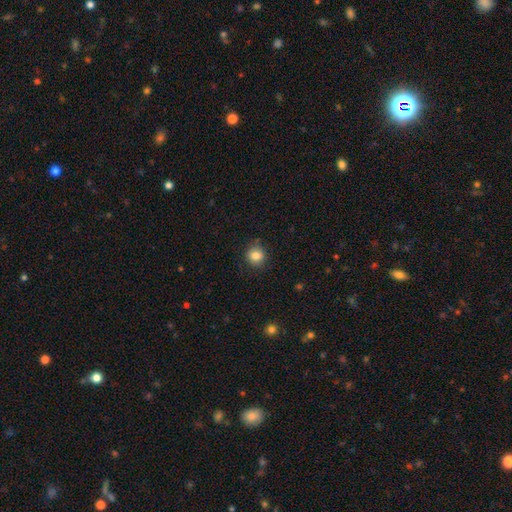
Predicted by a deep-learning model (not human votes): Smooth or featured? Predicted: smooth (p=0.83). How rounded? Predicted: round (p=0.89). Merging? Predicted: none (p=0.86).